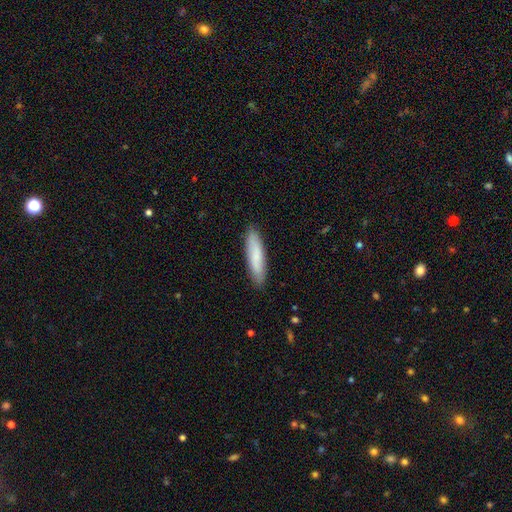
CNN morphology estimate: Smooth or featured? smooth (80%)
How rounded? cigar-shaped (81%)
Merging? none (89%)